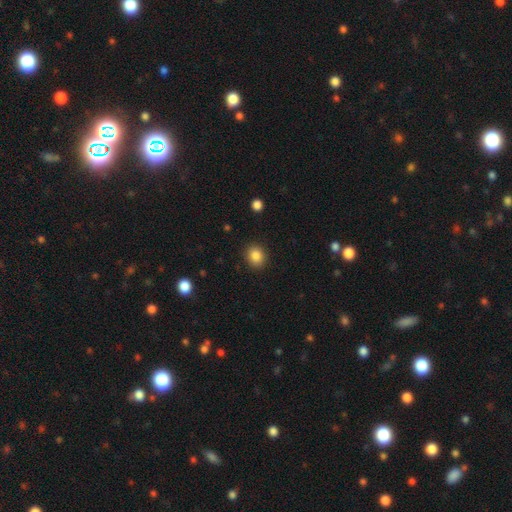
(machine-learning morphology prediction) A smooth galaxy with no disk features (85%) that is round (67%).

Vote fractions:
- Smooth or featured? smooth: 85% / star or artifact: 10% / featured or disk: 5%
- How rounded? round: 67% / in between: 32% / cigar-shaped: 1%
- Merging? none: 90% / minor disturbance: 7% / major disturbance: 2% / merger: 1%